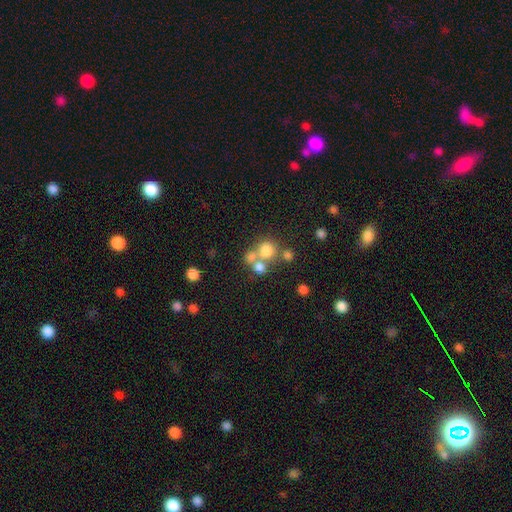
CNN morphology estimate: smooth-or-featured: smooth: 60% | star or artifact: 23% | featured or disk: 18%
  how-rounded: round: 86% | in between: 13% | cigar-shaped: 1%
  merging: none: 47% | merger: 41% | minor disturbance: 7% | major disturbance: 5%